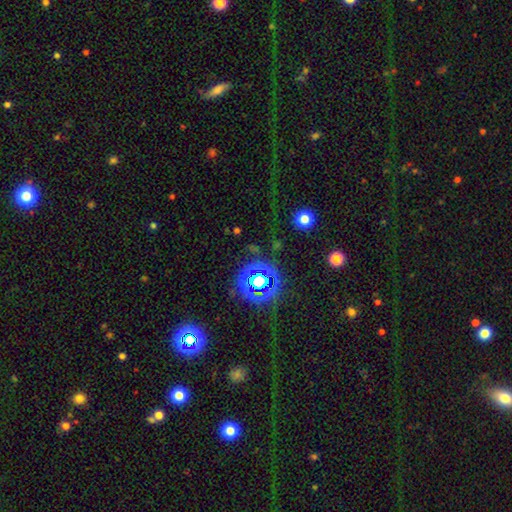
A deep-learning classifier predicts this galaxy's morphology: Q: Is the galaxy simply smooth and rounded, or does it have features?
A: star or artifact — 73%.